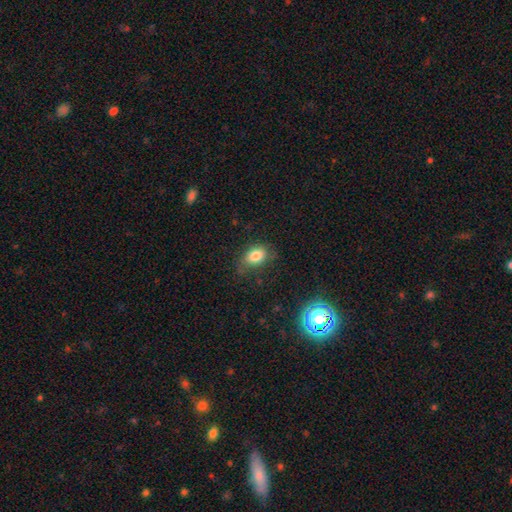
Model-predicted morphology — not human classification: This appears to be a smooth galaxy with no disk features (81%) that is in between round and cigar-shaped (81%). Merging: none (66%).